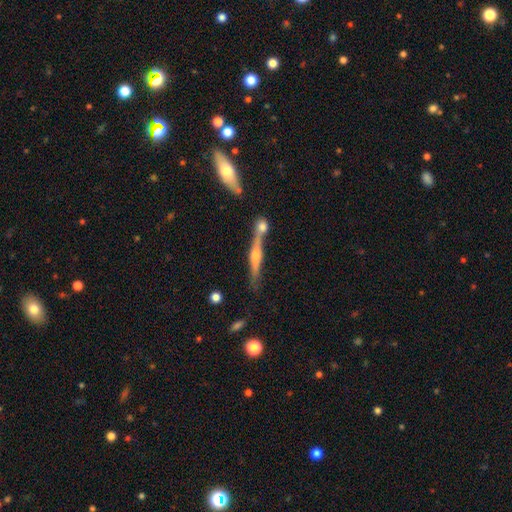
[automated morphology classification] Q: Smooth or featured?
A: featured or disk (69%); runner-up: smooth (24%)
Q: Edge-on disk?
A: yes (95%); runner-up: no (5%)
Q: Edge-on bulge?
A: rounded (83%); runner-up: boxy (9%)
Q: Merging?
A: none (57%); runner-up: merger (27%)